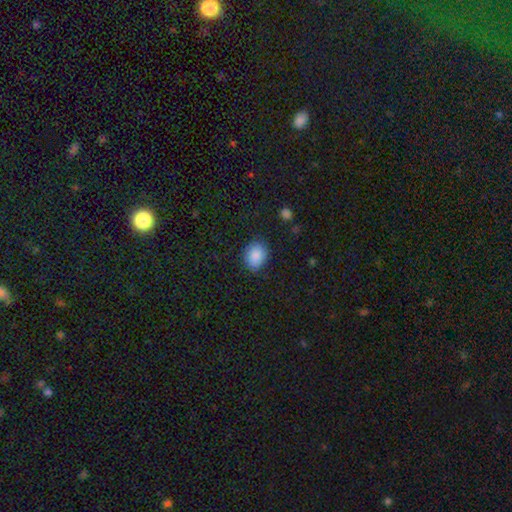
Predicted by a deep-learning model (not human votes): Smooth or featured? Predicted: smooth (p=0.88). How rounded? Predicted: in between (p=0.52). Merging? Predicted: none (p=0.81).